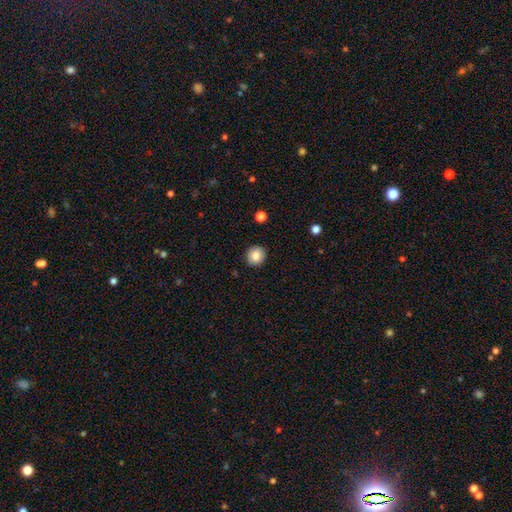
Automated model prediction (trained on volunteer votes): smooth 84%, star or artifact 9%, featured or disk 7%. Down the decision tree: how rounded — round (85%); merging — none (89%).